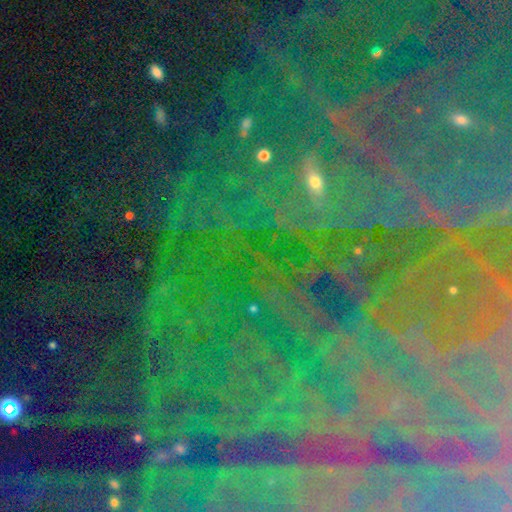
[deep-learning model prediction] Q: Smooth or featured?
A: star or artifact (83%); runner-up: featured or disk (10%)